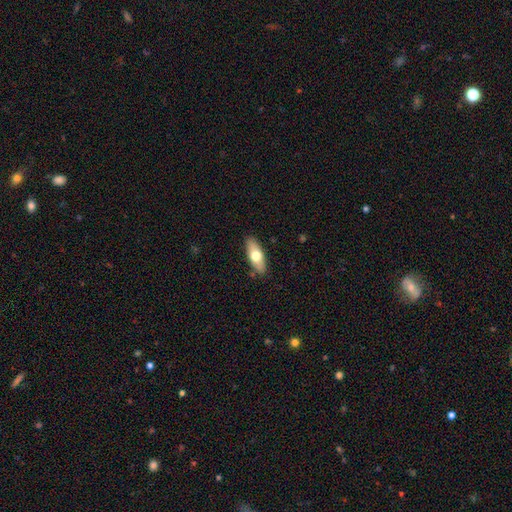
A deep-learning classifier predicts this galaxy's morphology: The model was most divided on "smooth or featured": smooth: 64%, featured or disk: 30%, star or artifact: 6%. More confident: merging — none (87%); how rounded — in between (74%).